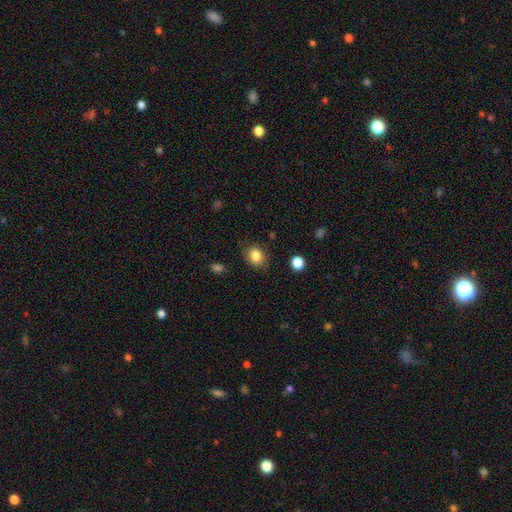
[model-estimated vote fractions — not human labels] Smooth or featured? smooth (84%)
How rounded? in between (52%)
Merging? none (81%)